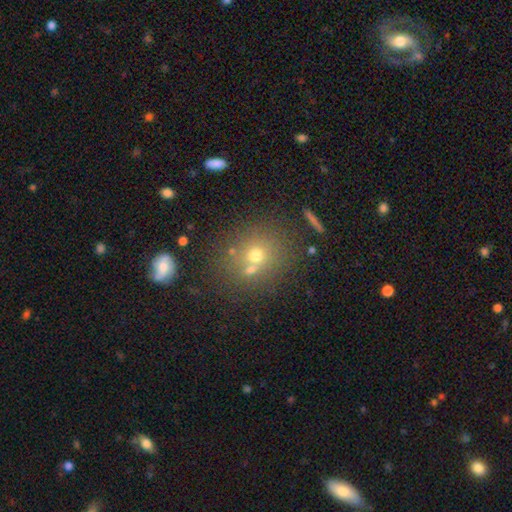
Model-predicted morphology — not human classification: This appears to be a smooth galaxy with no disk features (63%) that is round (80%). Merging: none (65%).